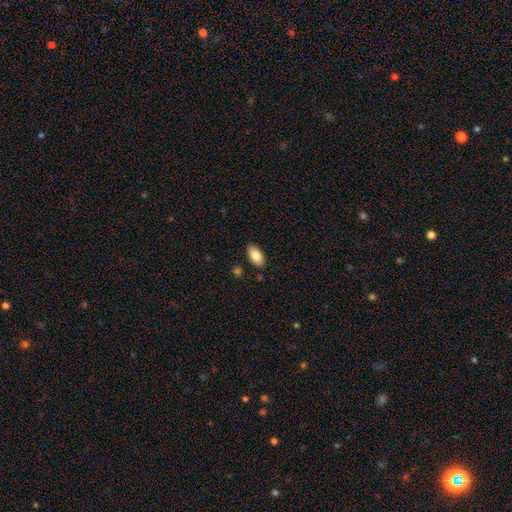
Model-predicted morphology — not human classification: This appears to be a smooth galaxy with no disk features (83%) that is in between round and cigar-shaped (93%). Merging: none (86%).